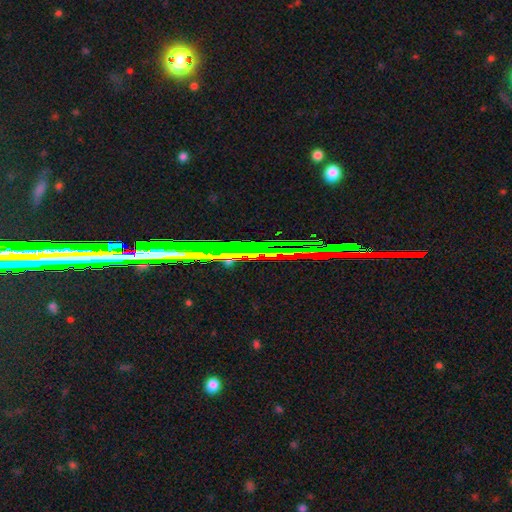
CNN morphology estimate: smooth-or-featured: star or artifact: 77% | featured or disk: 14% | smooth: 9%